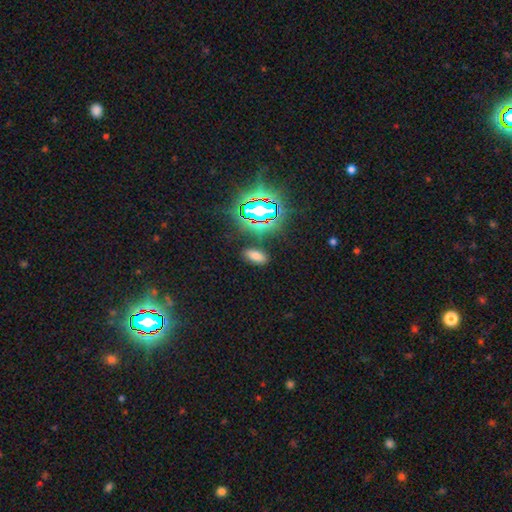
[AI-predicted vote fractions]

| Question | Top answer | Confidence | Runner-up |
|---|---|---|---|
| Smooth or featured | smooth | 66% | star or artifact (28%) |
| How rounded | in between | 89% | cigar-shaped (6%) |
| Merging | none | 87% | minor disturbance (8%) |